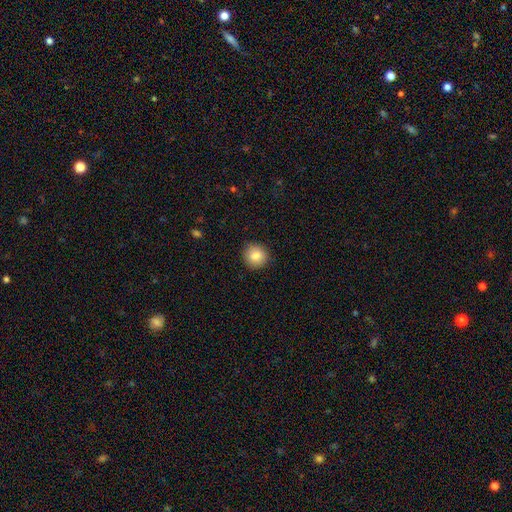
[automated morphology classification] Smooth or featured?
  - smooth: 84% *
  - star or artifact: 9%
  - featured or disk: 7%
How rounded?
  - round: 92% *
  - in between: 7%
  - cigar-shaped: 1%
Merging?
  - none: 89% *
  - minor disturbance: 8%
  - major disturbance: 2%
  - merger: 1%